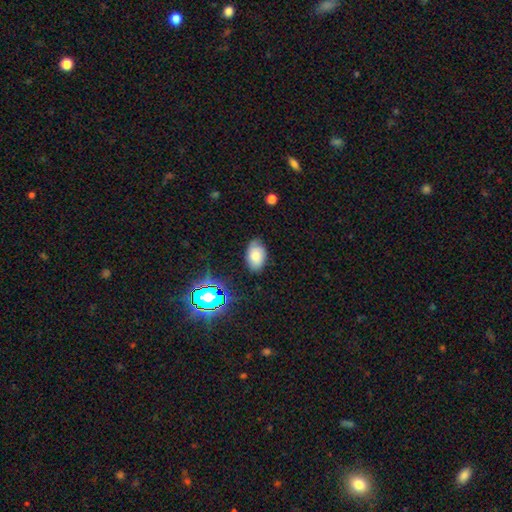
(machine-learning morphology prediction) Smooth or featured: smooth — 73% (featured or disk — 15%)
How rounded: in between — 90% (round — 9%)
Merging: none — 72% (minor disturbance — 22%)